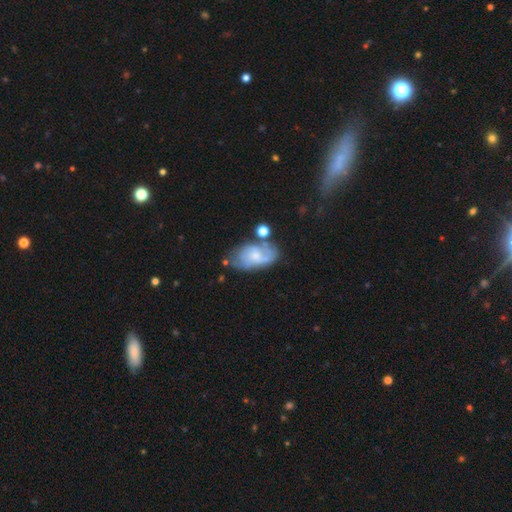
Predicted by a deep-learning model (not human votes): Morphology: type=featured or disk (55%); edge-on=no (95%); bar=no (70%); spiral arms=yes (71%); bulge=small (55%); merging=none (47%).